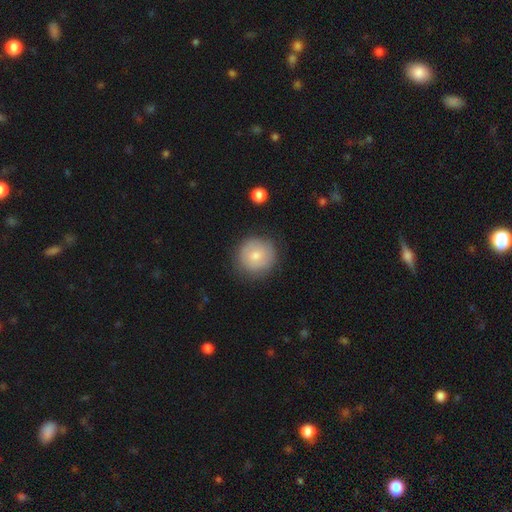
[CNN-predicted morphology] This is likely a smooth galaxy (72%). How rounded: clearly round (93%). Merging: clearly none (81%).